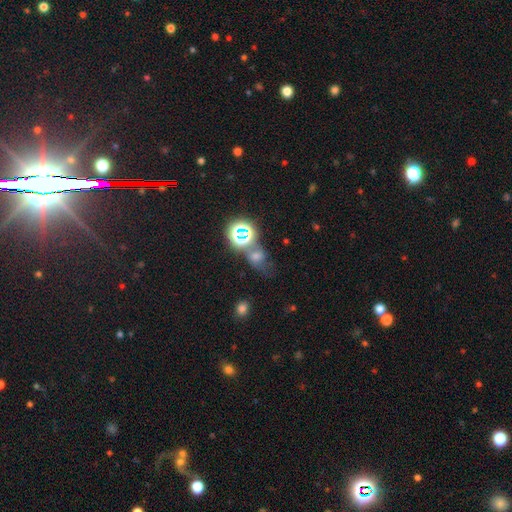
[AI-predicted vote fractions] Morphology: type=star or artifact (57%).